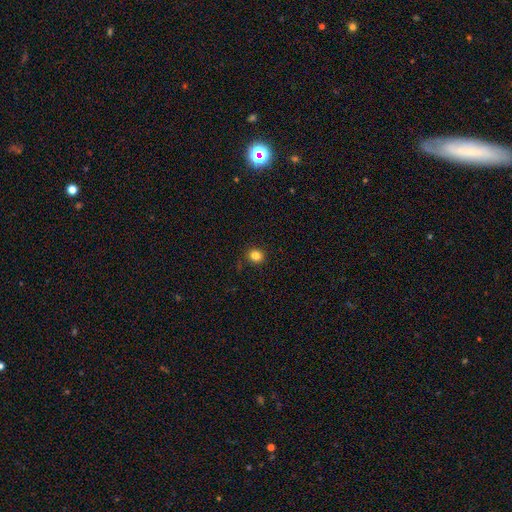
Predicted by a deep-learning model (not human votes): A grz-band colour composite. It shows a smooth galaxy with no disk features (84%) that is round (83%). Merging: none (89%).